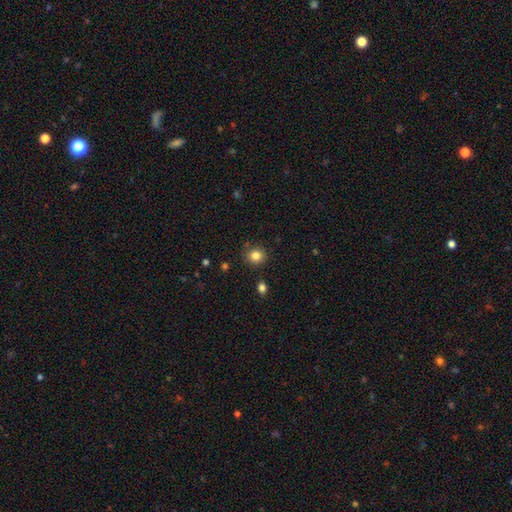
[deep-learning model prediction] This appears to be a smooth galaxy with no disk features (83%) that is round (83%). Merging: none (86%).